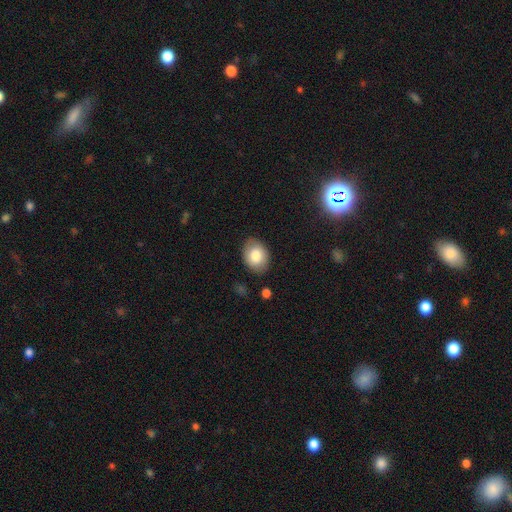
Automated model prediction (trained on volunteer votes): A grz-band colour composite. It shows a smooth galaxy with no disk features (79%) that is in between round and cigar-shaped (73%). Merging: none (83%).